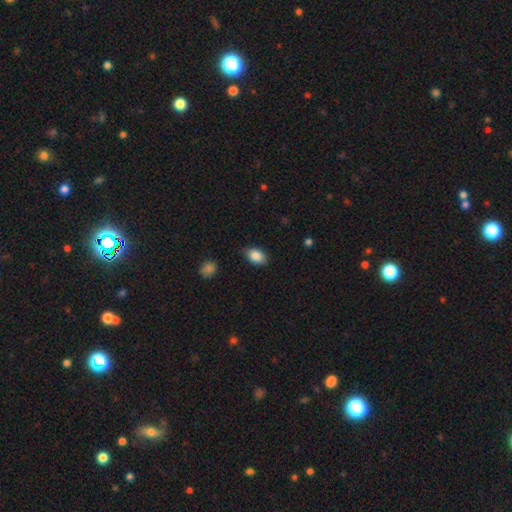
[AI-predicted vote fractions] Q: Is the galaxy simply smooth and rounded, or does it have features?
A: smooth — 88%.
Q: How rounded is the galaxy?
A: in between — 86%.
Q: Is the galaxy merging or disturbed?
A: none — 83%.